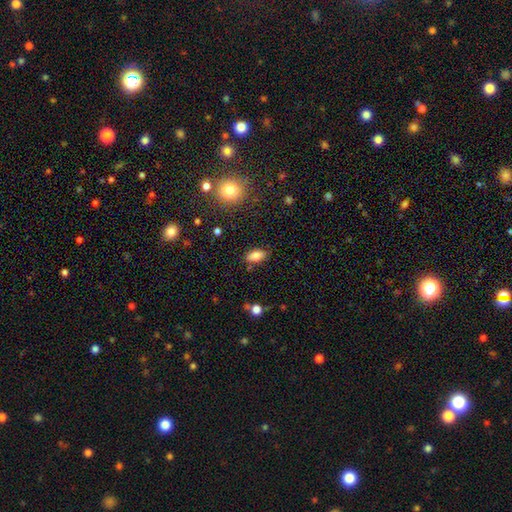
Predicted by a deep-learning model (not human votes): This is clearly a smooth galaxy (81%). How rounded: clearly in between (88%). Merging: clearly none (82%).